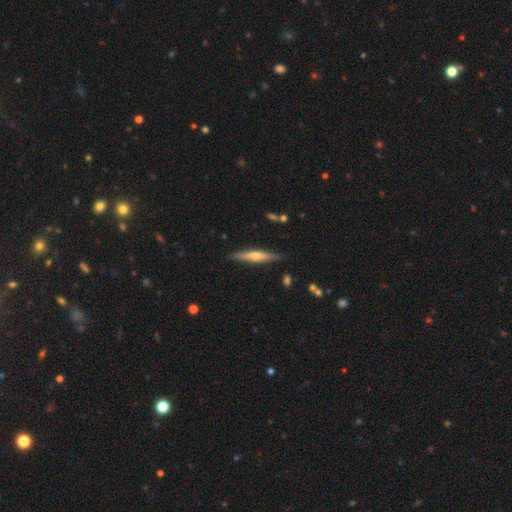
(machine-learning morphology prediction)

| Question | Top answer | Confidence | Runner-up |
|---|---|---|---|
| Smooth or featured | featured or disk | 57% | smooth (37%) |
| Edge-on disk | yes | 96% | no (4%) |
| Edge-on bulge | rounded | 78% | none (14%) |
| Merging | none | 87% | minor disturbance (10%) |